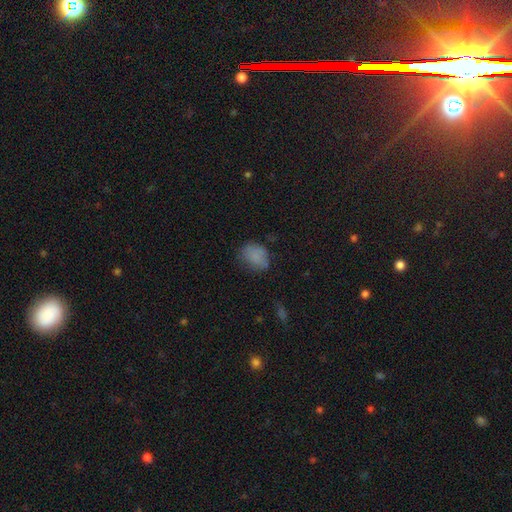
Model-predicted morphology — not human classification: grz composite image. It shows a smooth galaxy with no disk features (80%) that is in between round and cigar-shaped (66%). Merging: none (60%).